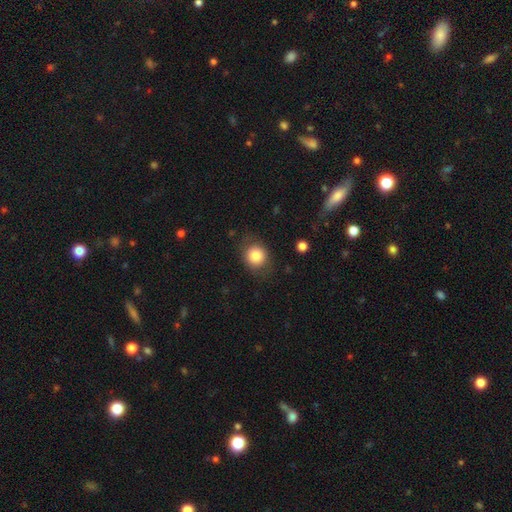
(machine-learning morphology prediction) Smooth or featured?
  - smooth: 83% *
  - star or artifact: 9%
  - featured or disk: 8%
How rounded?
  - round: 79% *
  - in between: 20%
  - cigar-shaped: 1%
Merging?
  - none: 79% *
  - minor disturbance: 14%
  - major disturbance: 5%
  - merger: 1%